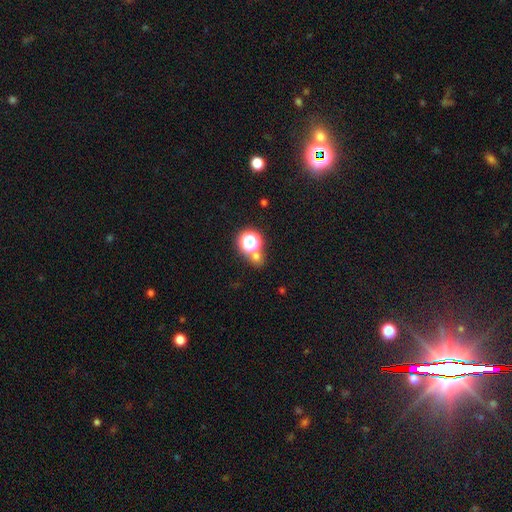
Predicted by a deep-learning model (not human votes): Overall: smooth (58%; star or artifact 34%). How rounded: round (78%). Merging: none (61%; merger 25%).